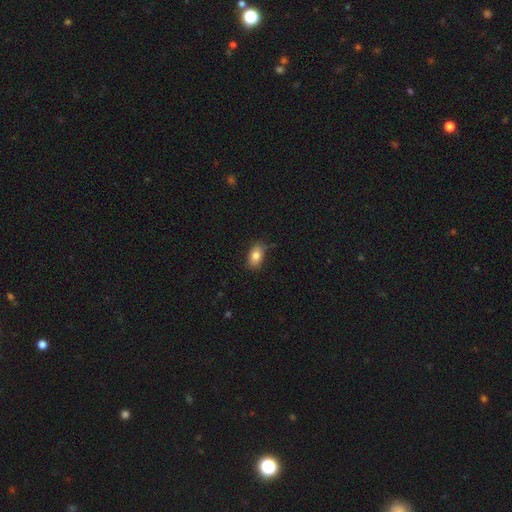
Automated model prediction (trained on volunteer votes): Morphology: type=smooth (83%); roundness=in between (88%); merging=none (80%).